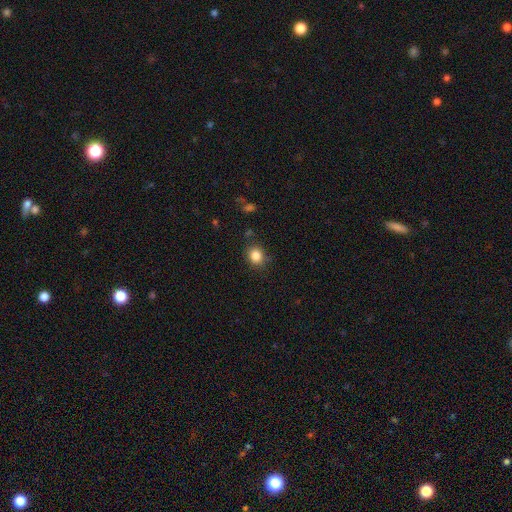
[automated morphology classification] smooth 85%, star or artifact 11%, featured or disk 5%. Down the decision tree: how rounded — round (75%); merging — none (84%).